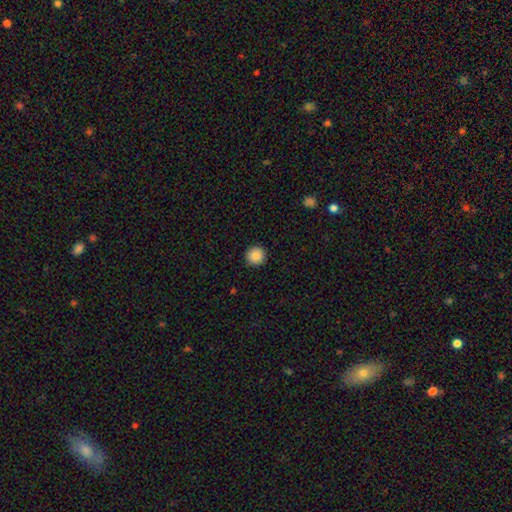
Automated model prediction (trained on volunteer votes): A smooth galaxy with no disk features (88%) that is round (95%).

Vote fractions:
- Smooth or featured? smooth: 88% / star or artifact: 9% / featured or disk: 3%
- How rounded? round: 95% / in between: 4% / cigar-shaped: 1%
- Merging? none: 92% / minor disturbance: 5% / major disturbance: 2% / merger: 1%